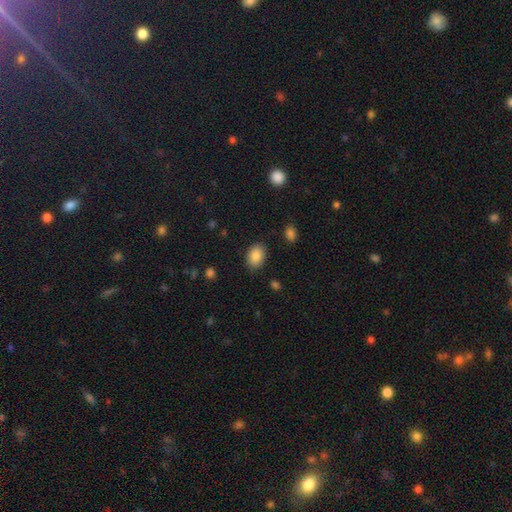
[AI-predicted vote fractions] smooth_or_featured: smooth (p=0.87) [alt: star or artifact p=0.08]
how_rounded: in between (p=0.82) [alt: round p=0.17]
merging: none (p=0.86) [alt: minor disturbance p=0.10]